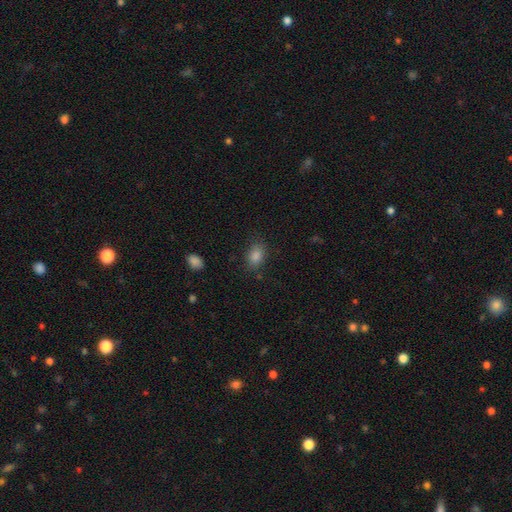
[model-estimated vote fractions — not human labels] Smooth or featured? Predicted: smooth (p=0.83). How rounded? Predicted: in between (p=0.78). Merging? Predicted: none (p=0.82).